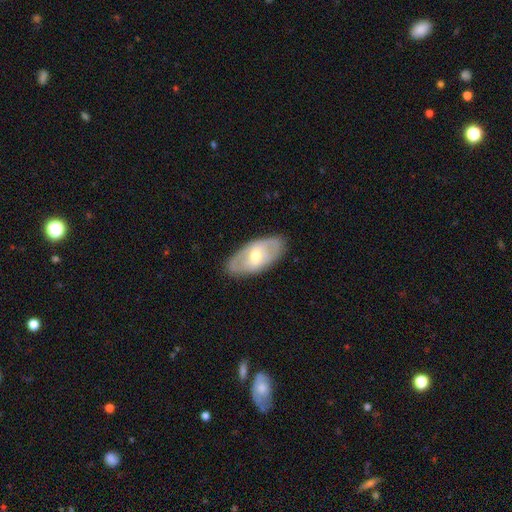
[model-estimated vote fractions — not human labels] Overall: featured or disk (59%; smooth 36%). Edge-on disk: no (87%). Bar: no (47%; weak 37%). Spiral arms: no (54%; yes 46%). Bulge size: moderate (67%). Merging: none (83%).